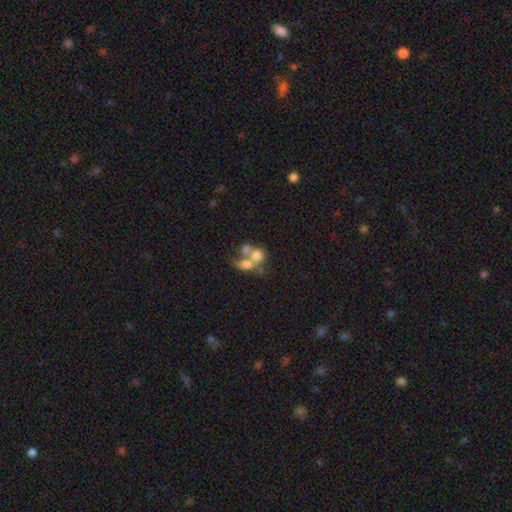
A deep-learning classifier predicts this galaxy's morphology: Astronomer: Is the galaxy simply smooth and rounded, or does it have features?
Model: smooth — 63%.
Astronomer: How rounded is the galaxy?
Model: round — 53% (runner-up: in between, 45%).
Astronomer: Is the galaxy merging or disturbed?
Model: merger — 62%.